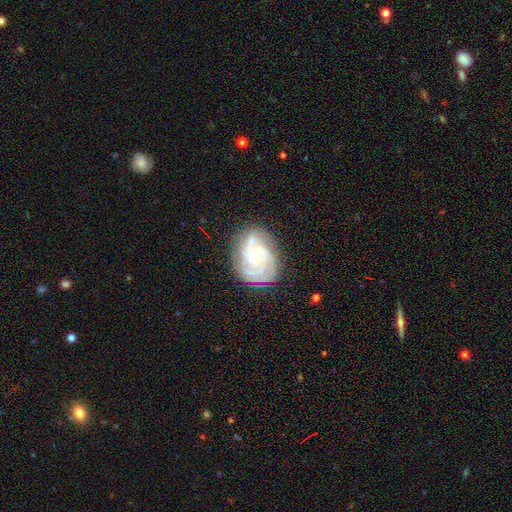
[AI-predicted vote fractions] smooth_or_featured: featured or disk (p=0.83) [alt: smooth p=0.10]
disk_edge_on: no (p=0.98) [alt: yes p=0.02]
bar: no (p=0.75) [alt: weak p=0.21]
has_spiral_arms: yes (p=0.96) [alt: no p=0.04]
spiral_winding: tight (p=0.68) [alt: medium p=0.27]
spiral_arm_count: 3 (p=0.29) [alt: can't tell p=0.22]
bulge_size: small (p=0.71) [alt: moderate p=0.23]
merging: none (p=0.74) [alt: minor disturbance p=0.17]